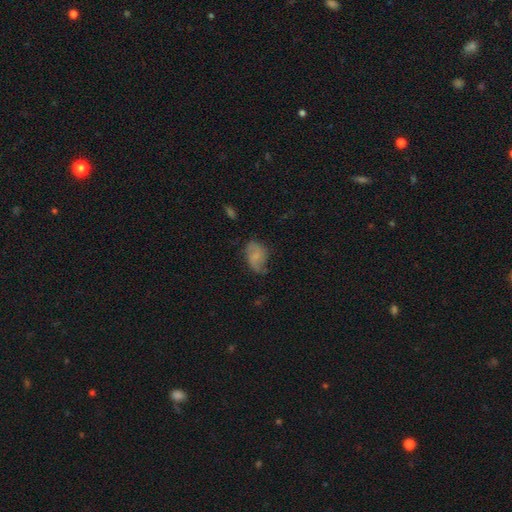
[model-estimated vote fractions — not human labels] Smooth or featured: smooth — 50% (featured or disk — 41%)
Merging: none — 55% (minor disturbance — 30%)